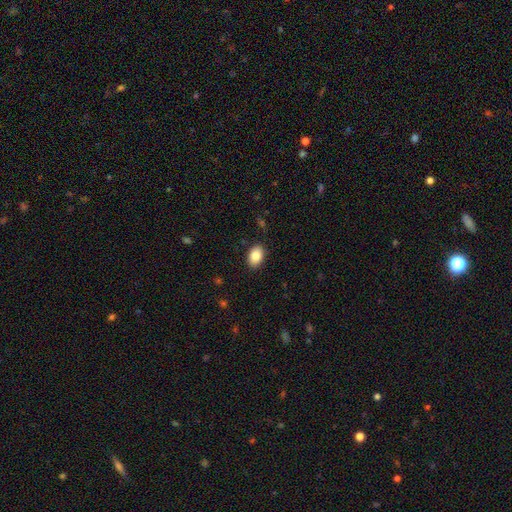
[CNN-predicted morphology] A smooth galaxy with no disk features (85%) that is in between round and cigar-shaped (87%).

Vote fractions:
- Smooth or featured? smooth: 85% / featured or disk: 8% / star or artifact: 7%
- How rounded? in between: 87% / round: 12% / cigar-shaped: 1%
- Merging? none: 88% / minor disturbance: 9% / major disturbance: 2% / merger: 1%